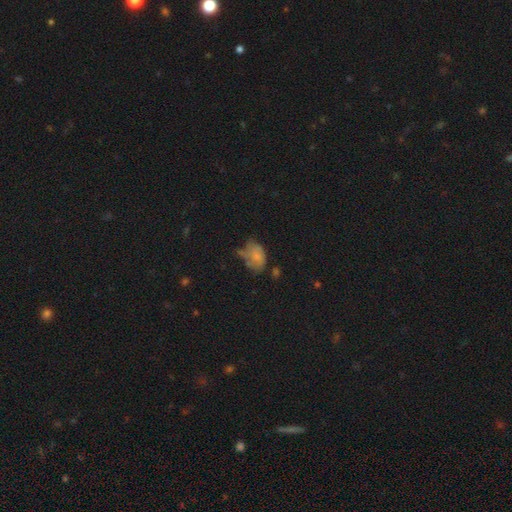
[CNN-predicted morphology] A smooth galaxy with no disk features (63%) that is in between round and cigar-shaped (82%).

Vote fractions:
- Smooth or featured? smooth: 63% / featured or disk: 25% / star or artifact: 12%
- How rounded? in between: 82% / round: 17% / cigar-shaped: 1%
- Merging? minor disturbance: 34% / none: 32% / major disturbance: 26% / merger: 8%